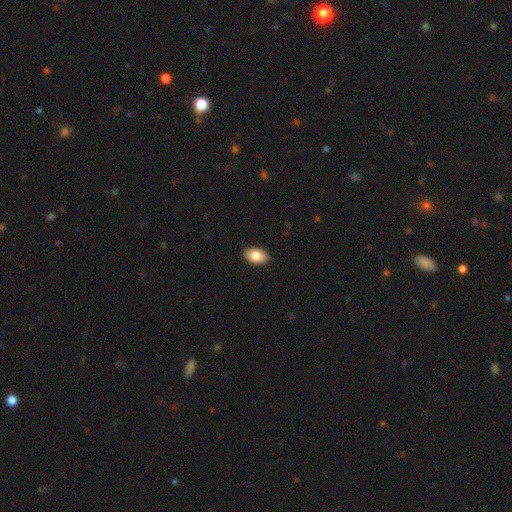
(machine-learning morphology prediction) Smooth or featured? smooth (84%)
How rounded? in between (92%)
Merging? none (90%)